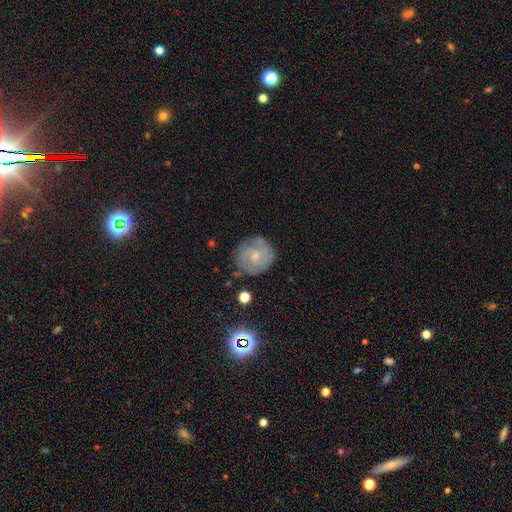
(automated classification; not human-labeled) Smooth or featured?
  - featured or disk: 68% *
  - smooth: 24%
  - star or artifact: 8%
Edge-on disk?
  - no: 98% *
  - yes: 2%
Bar?
  - no: 70% *
  - weak: 26%
  - strong: 4%
Spiral arms?
  - yes: 88% *
  - no: 12%
Spiral winding?
  - tight: 62% *
  - medium: 30%
  - loose: 8%
Spiral arm count?
  - 2: 40% *
  - can't tell: 32%
  - 3: 16%
  - 1: 4%
  - 4: 4%
  - more than 4: 3%
Bulge size?
  - small: 60% *
  - moderate: 33%
  - none: 4%
  - large: 1%
  - dominant: 1%
Merging?
  - none: 77% *
  - minor disturbance: 17%
  - major disturbance: 5%
  - merger: 2%